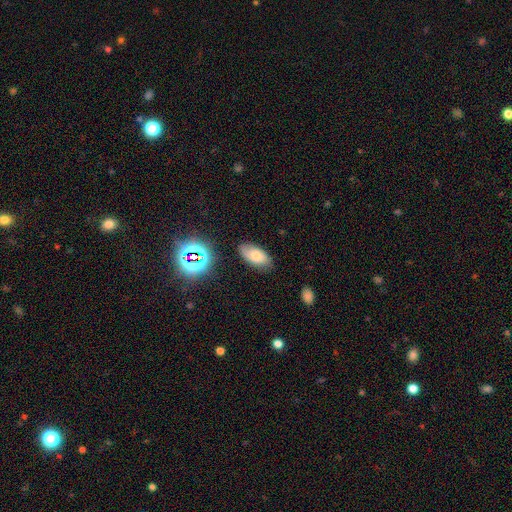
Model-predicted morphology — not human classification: Q: Smooth or featured?
A: smooth (60%); runner-up: featured or disk (21%)
Q: How rounded?
A: in between (91%); runner-up: round (4%)
Q: Merging?
A: none (79%); runner-up: minor disturbance (16%)